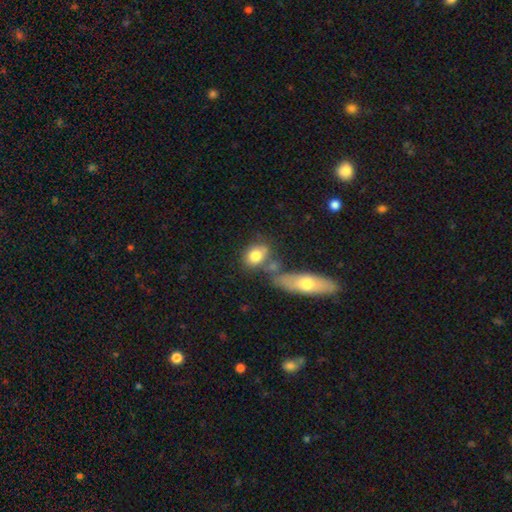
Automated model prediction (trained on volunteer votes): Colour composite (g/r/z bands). It shows a smooth galaxy with no disk features (78%) that is in between round and cigar-shaped (54%). Merging: none (49%).